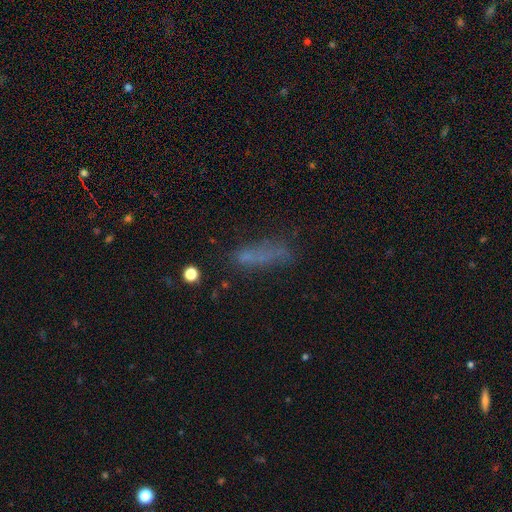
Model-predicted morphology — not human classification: Smooth or featured? smooth (58%)
How rounded? cigar-shaped (58%)
Merging? none (48%)